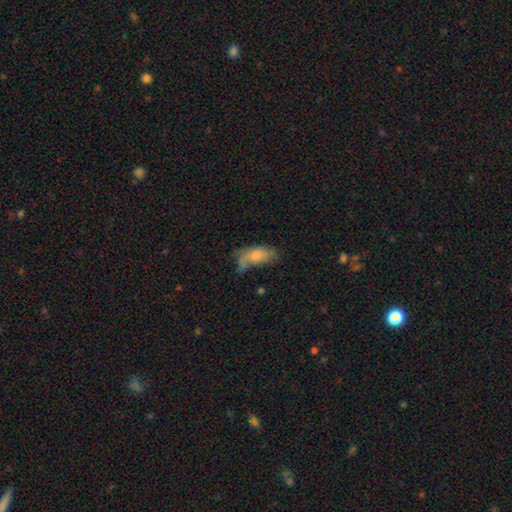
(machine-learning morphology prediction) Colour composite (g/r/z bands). It shows a smooth galaxy with no disk features (63%) that is in between round and cigar-shaped (87%). Merging: none (35%).